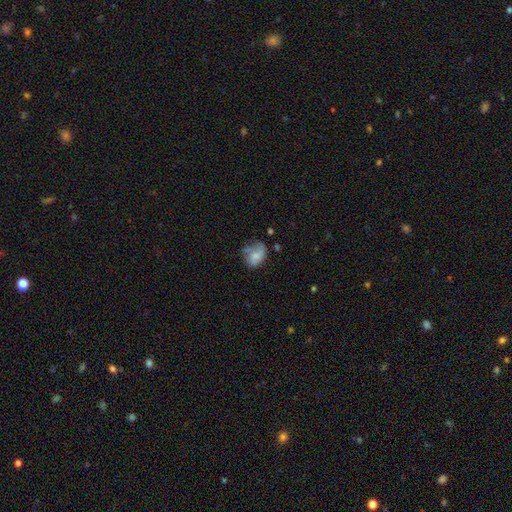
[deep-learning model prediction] smooth 57%, featured or disk 35%, star or artifact 9%. Down the decision tree: how rounded — in between (61%); merging — none (39%).